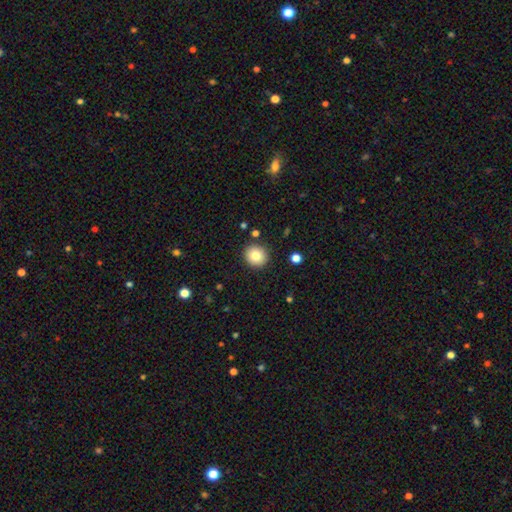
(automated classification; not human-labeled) Smooth or featured? smooth (82%)
How rounded? round (91%)
Merging? none (89%)